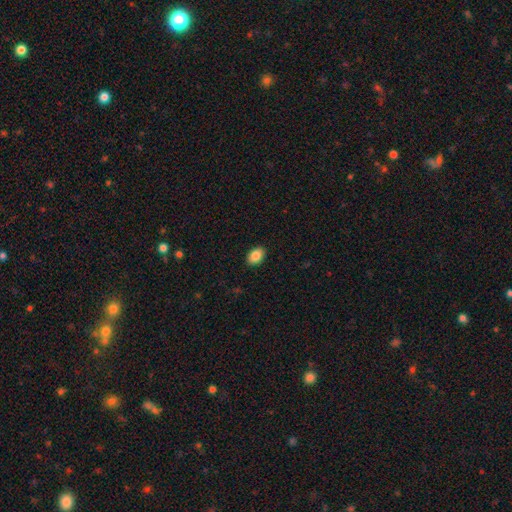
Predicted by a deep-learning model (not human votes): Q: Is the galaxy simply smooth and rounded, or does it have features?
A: smooth — 87%.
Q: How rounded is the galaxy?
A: in between — 86%.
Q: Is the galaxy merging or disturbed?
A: none — 90%.